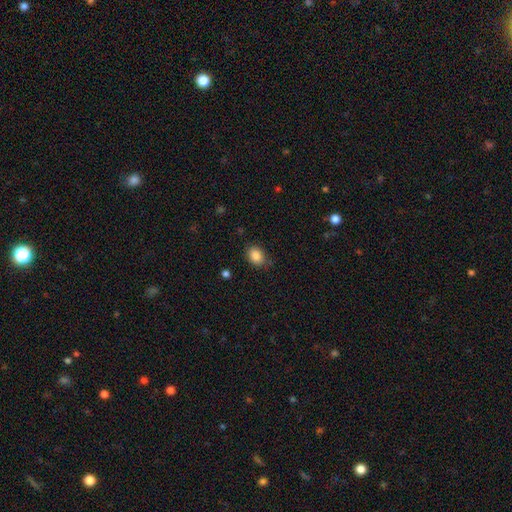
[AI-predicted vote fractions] This is clearly a smooth galaxy (87%). How rounded: likely in between (70%). Merging: likely none (80%).